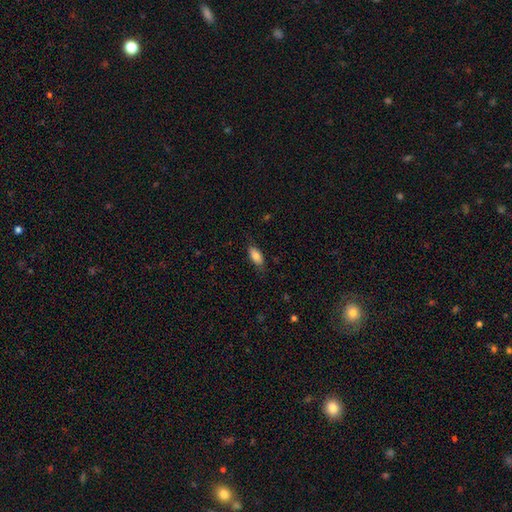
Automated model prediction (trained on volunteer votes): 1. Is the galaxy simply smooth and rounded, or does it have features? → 83% smooth, 10% featured or disk, 7% star or artifact.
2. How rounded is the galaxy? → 86% in between, 12% cigar-shaped, 2% round.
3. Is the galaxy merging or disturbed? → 79% none, 16% minor disturbance, 3% major disturbance, 1% merger.